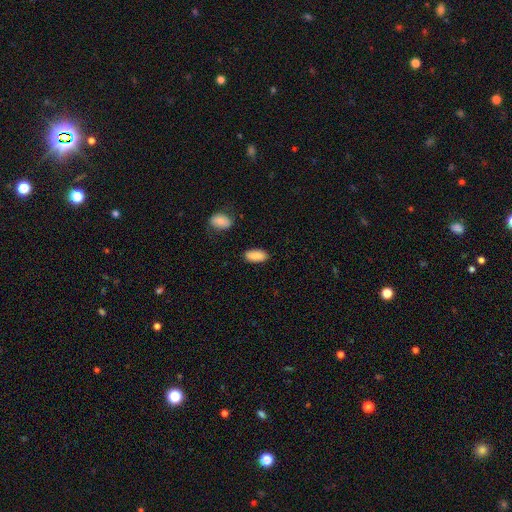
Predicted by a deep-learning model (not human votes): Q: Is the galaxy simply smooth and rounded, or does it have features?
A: smooth — 90%.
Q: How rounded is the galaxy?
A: in between — 92%.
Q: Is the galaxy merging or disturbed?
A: none — 86%.